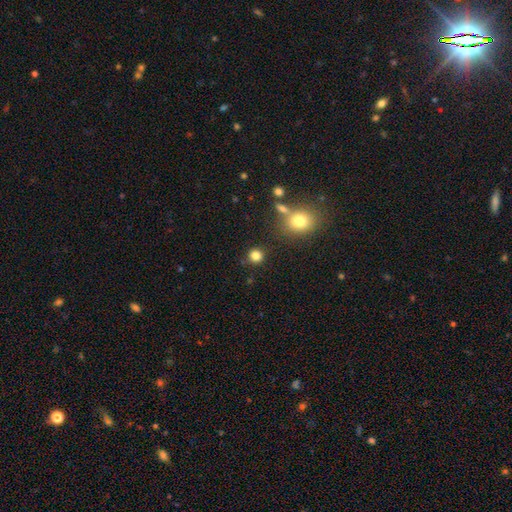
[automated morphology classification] This appears to be a smooth galaxy with no disk features (82%) that is round (90%). Merging: none (85%).